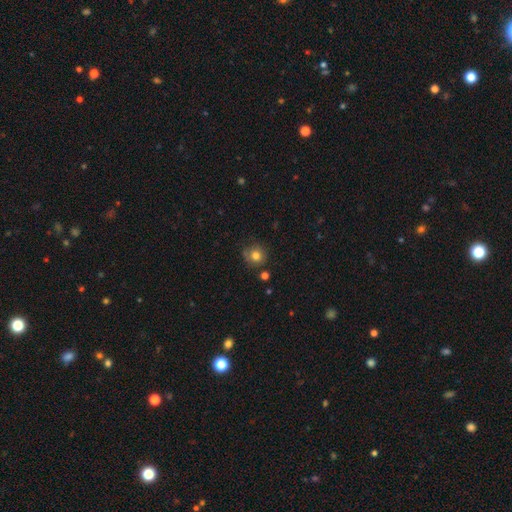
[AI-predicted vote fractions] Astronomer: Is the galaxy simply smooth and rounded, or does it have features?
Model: smooth — 78%.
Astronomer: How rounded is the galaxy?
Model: round — 89%.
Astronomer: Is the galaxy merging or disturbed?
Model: none — 73%.